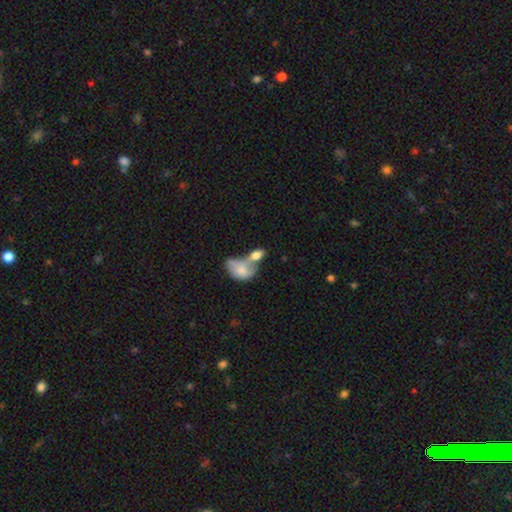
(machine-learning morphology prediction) This is likely a smooth galaxy (73%). How rounded: clearly in between (86%). Merging: likely merger (65%).